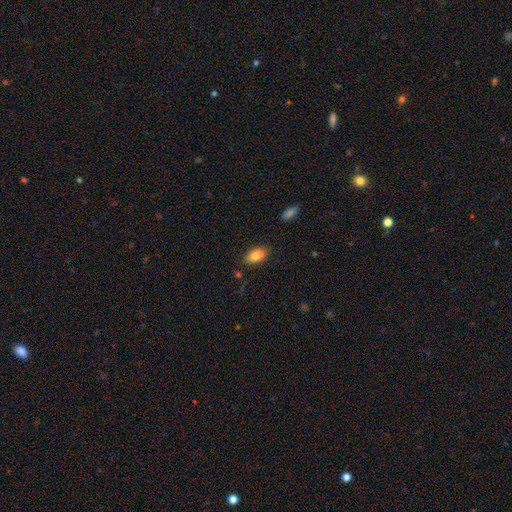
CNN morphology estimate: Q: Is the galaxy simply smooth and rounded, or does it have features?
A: smooth — 81%.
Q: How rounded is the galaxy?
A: in between — 90%.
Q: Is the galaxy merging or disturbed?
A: none — 76%.